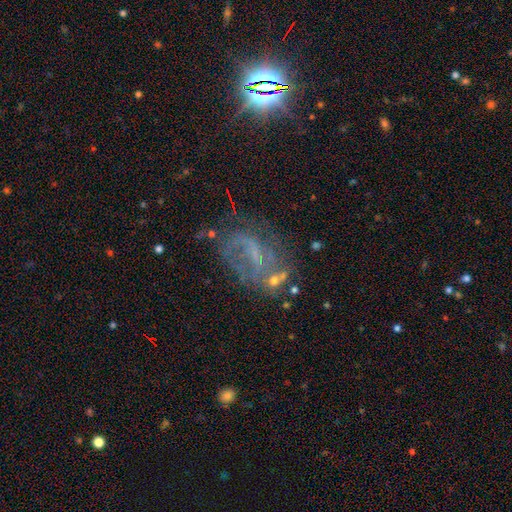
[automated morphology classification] type=featured or disk (63%); edge-on=no (95%); bar=weak (41%); spiral arms=yes (69%); bulge=none (54%); merging=none (54%).